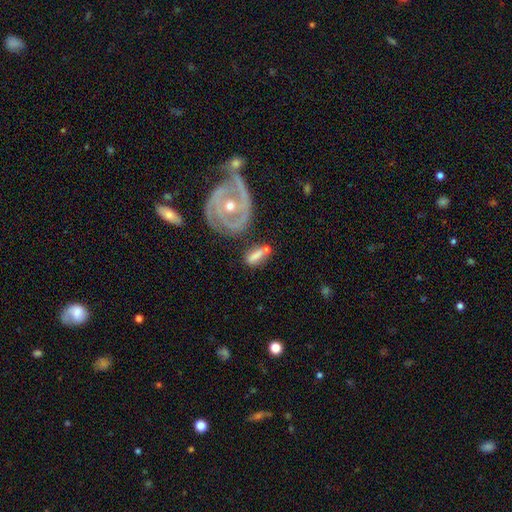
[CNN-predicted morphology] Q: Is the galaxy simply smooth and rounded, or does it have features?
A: smooth — 63%.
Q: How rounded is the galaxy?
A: in between — 69%.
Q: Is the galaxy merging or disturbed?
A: none — 53%.